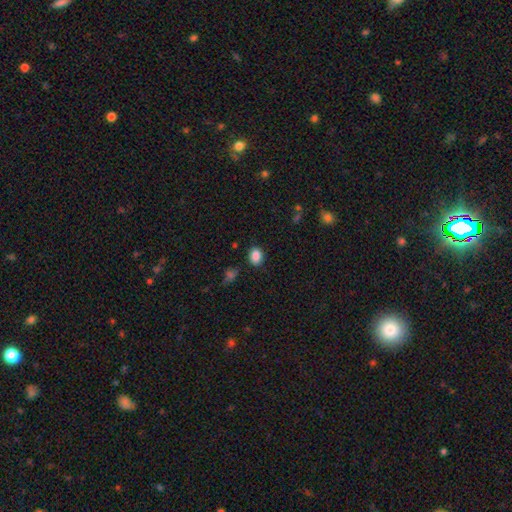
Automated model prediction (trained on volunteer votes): A smooth galaxy with no disk features (86%) that is in between round and cigar-shaped (61%). Merging: none (85%).